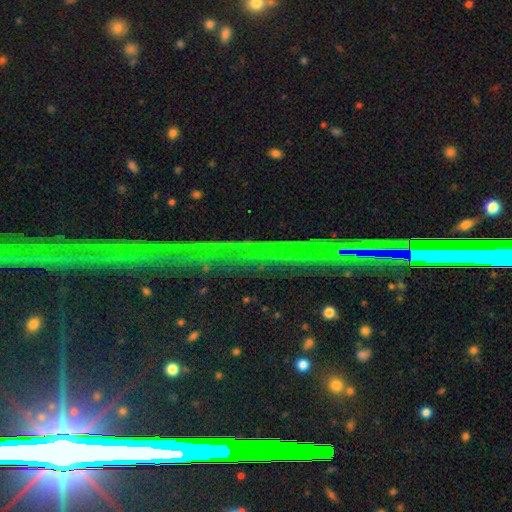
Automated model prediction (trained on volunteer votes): Smooth or featured: star or artifact — 78% (featured or disk — 11%)